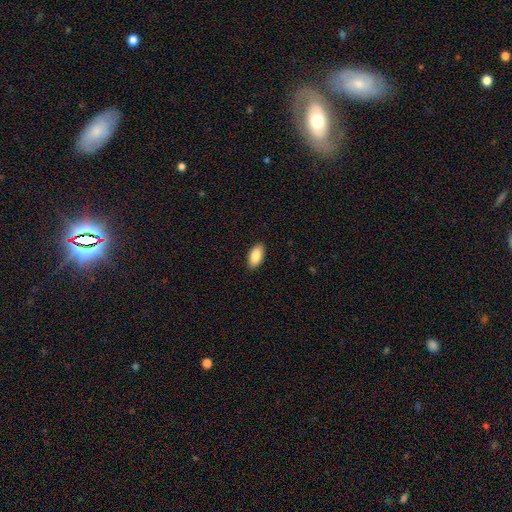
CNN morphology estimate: This appears to be a smooth galaxy with no disk features (87%) that is in between round and cigar-shaped (94%). Merging: none (89%).